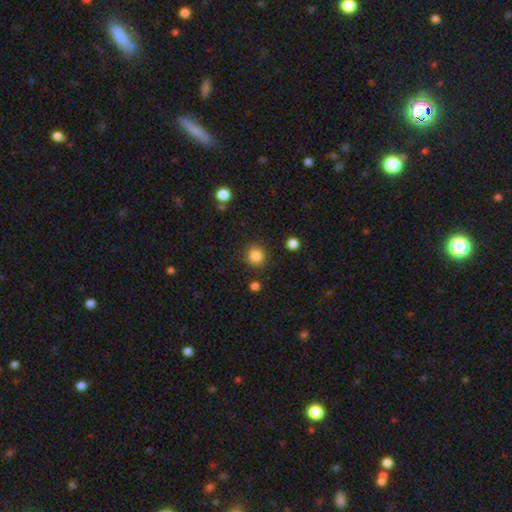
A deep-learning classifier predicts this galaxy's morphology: smooth 84%, star or artifact 11%, featured or disk 4%. Down the decision tree: how rounded — round (92%); merging — none (89%).